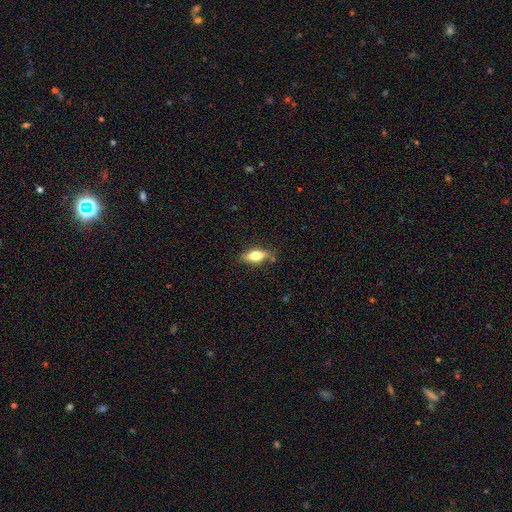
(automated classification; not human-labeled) This appears to be a smooth galaxy with no disk features (65%) that is in between round and cigar-shaped (73%). Merging: none (79%).